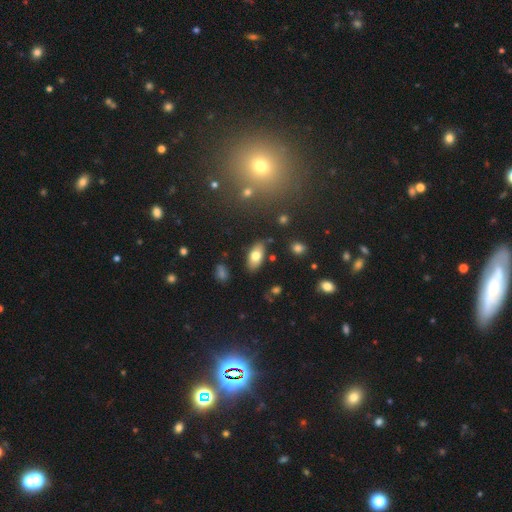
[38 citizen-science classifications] Smooth or featured: smooth — 87% (featured or disk — 13%)
How rounded: in between — 97% (cigar-shaped — 3%)
Merging: none — 87% (minor disturbance — 8%)